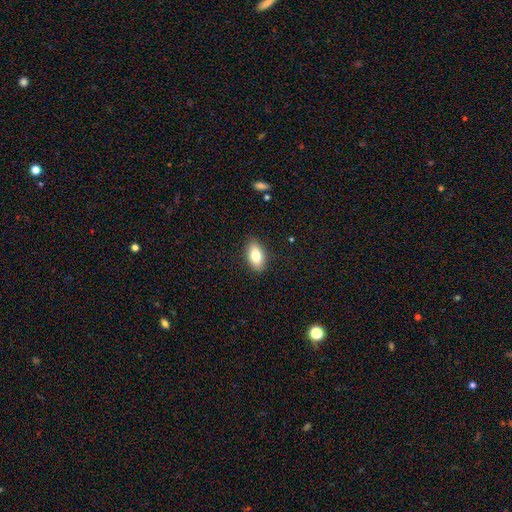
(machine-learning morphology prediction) A smooth galaxy with no disk features (81%) that is in between round and cigar-shaped (91%). Merging: none (88%).